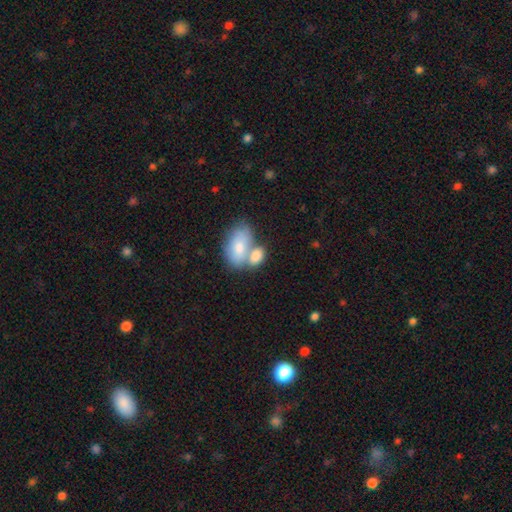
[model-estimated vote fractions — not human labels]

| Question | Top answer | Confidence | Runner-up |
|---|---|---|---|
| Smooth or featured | smooth | 78% | featured or disk (16%) |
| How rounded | in between | 88% | round (10%) |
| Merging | merger | 61% | none (26%) |